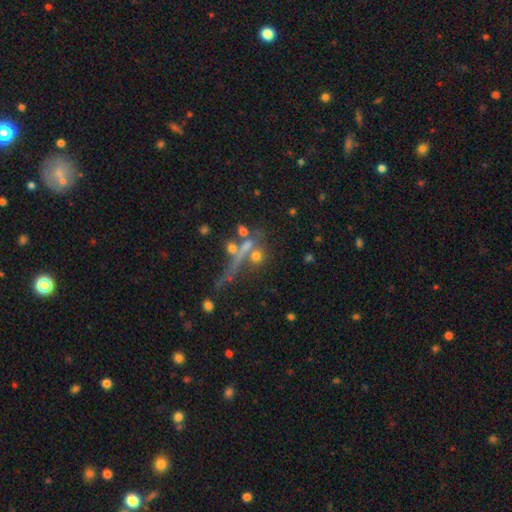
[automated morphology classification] smooth-or-featured: star or artifact: 52% | smooth: 25% | featured or disk: 22%